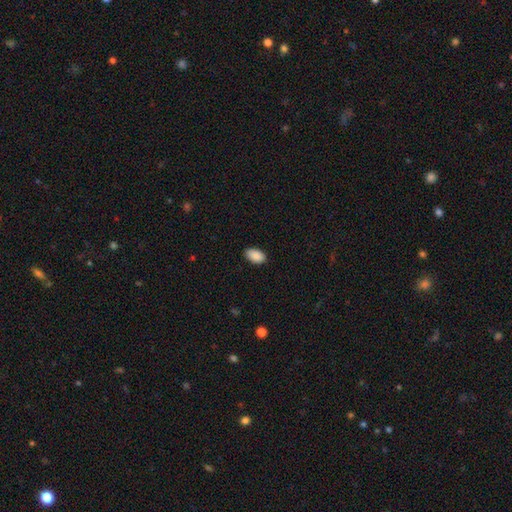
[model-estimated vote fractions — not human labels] Morphology: type=smooth (90%); roundness=in between (94%); merging=none (86%).